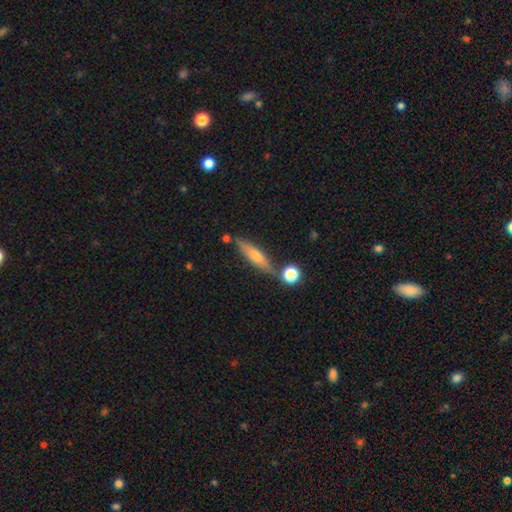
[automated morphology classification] A smooth galaxy with no disk features (49%).

Vote fractions:
- Smooth or featured? smooth: 49% / featured or disk: 43% / star or artifact: 8%
- Merging? none: 75% / minor disturbance: 13% / merger: 9% / major disturbance: 3%